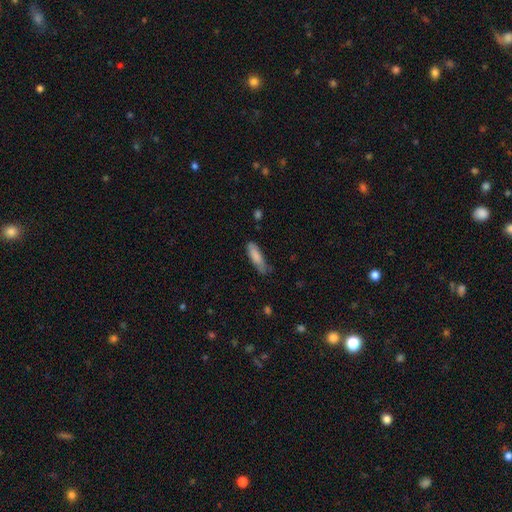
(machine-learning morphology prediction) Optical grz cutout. It shows a smooth galaxy with no disk features (82%) that is cigar-shaped (53%). Merging: none (57%).